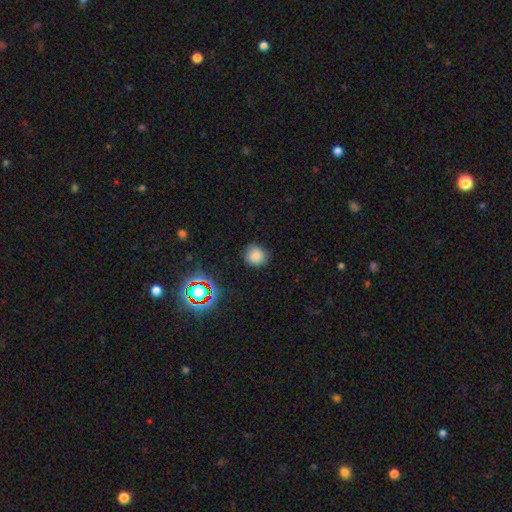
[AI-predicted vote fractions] Smooth or featured? smooth (80%)
How rounded? round (85%)
Merging? none (83%)